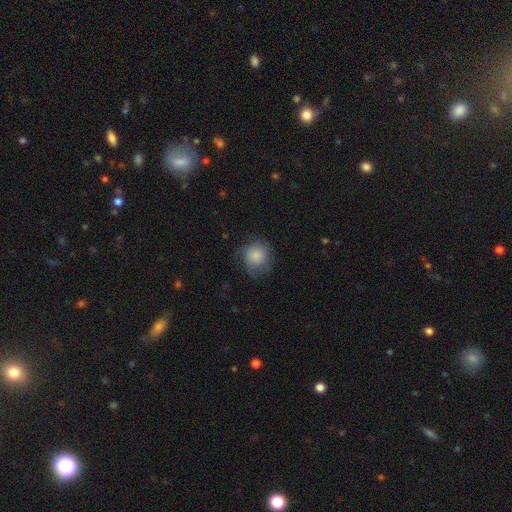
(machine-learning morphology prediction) Smooth or featured? smooth (76%)
How rounded? round (85%)
Merging? none (58%)